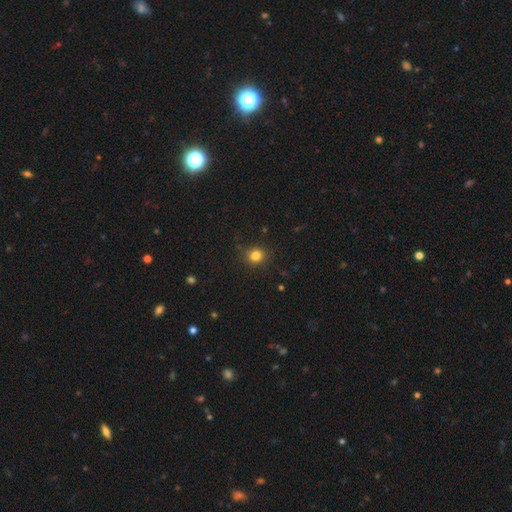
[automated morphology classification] A smooth galaxy with no disk features (80%) that is round (85%). Merging: none (81%).